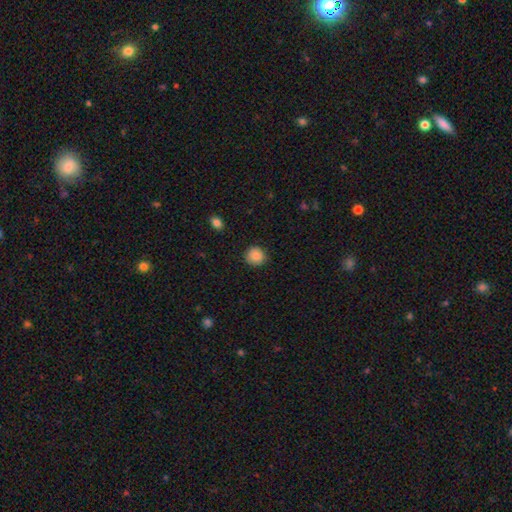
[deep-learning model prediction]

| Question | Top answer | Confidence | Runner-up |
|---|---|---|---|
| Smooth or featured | smooth | 87% | star or artifact (9%) |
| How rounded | round | 91% | in between (8%) |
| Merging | none | 89% | minor disturbance (8%) |